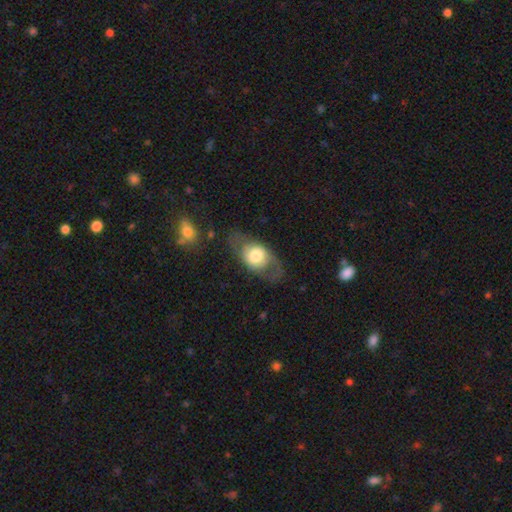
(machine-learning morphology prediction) Smooth or featured?
  - smooth: 50% *
  - featured or disk: 43%
  - star or artifact: 6%
How rounded?
  - in between: 69% *
  - round: 27%
  - cigar-shaped: 4%
Merging?
  - none: 66% *
  - minor disturbance: 18%
  - major disturbance: 13%
  - merger: 3%